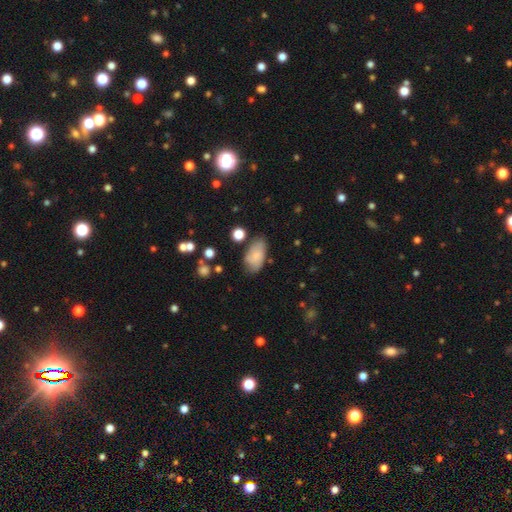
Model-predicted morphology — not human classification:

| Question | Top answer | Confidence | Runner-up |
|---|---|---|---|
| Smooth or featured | smooth | 72% | featured or disk (20%) |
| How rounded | in between | 92% | round (5%) |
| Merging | none | 65% | minor disturbance (25%) |